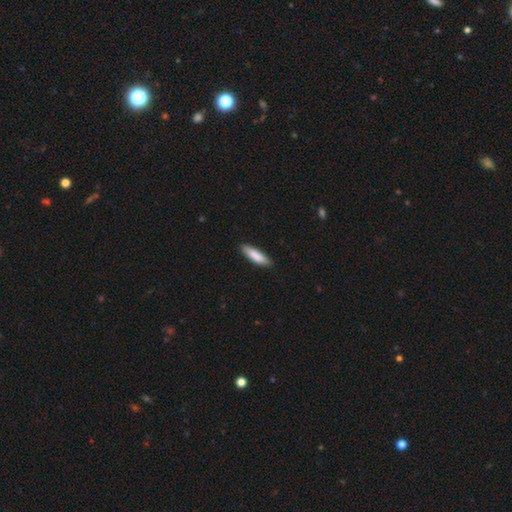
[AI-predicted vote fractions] smooth 85%, featured or disk 9%, star or artifact 5%. Down the decision tree: how rounded — cigar-shaped (65%); merging — none (86%).